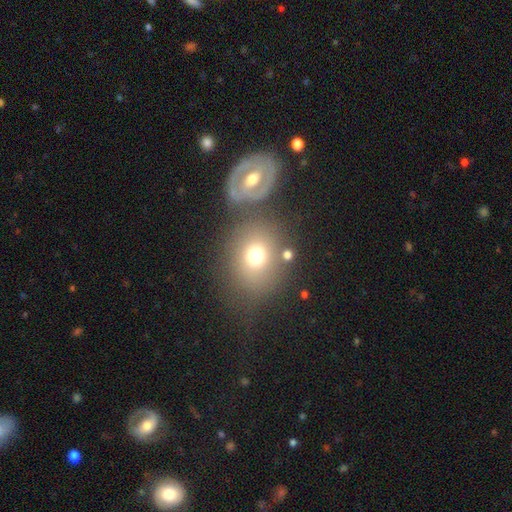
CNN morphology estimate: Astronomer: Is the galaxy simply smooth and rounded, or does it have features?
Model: smooth — 71%.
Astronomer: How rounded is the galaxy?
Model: round — 65%.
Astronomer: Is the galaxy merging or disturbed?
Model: none — 60%.